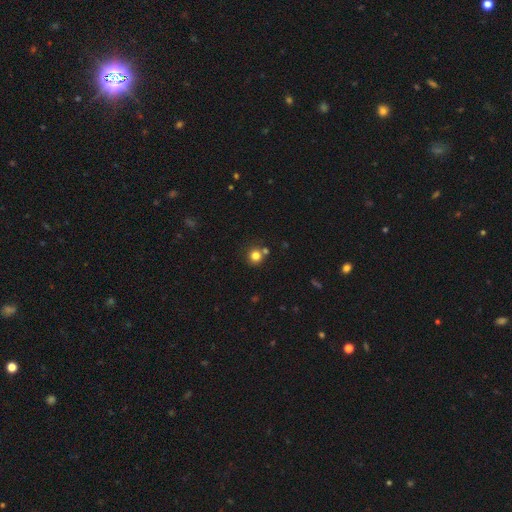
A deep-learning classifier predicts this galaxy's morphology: Overall: smooth (80%). How rounded: round (92%). Merging: none (74%).